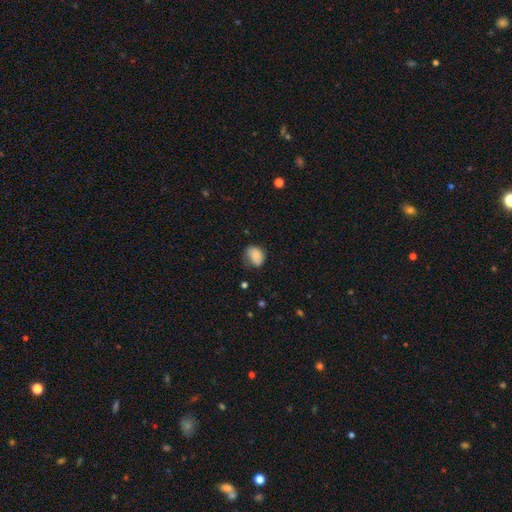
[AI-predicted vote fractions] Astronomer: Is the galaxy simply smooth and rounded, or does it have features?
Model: smooth — 82%.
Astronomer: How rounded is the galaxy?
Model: in between — 63%.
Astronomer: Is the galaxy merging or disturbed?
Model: none — 53% (runner-up: minor disturbance, 34%).